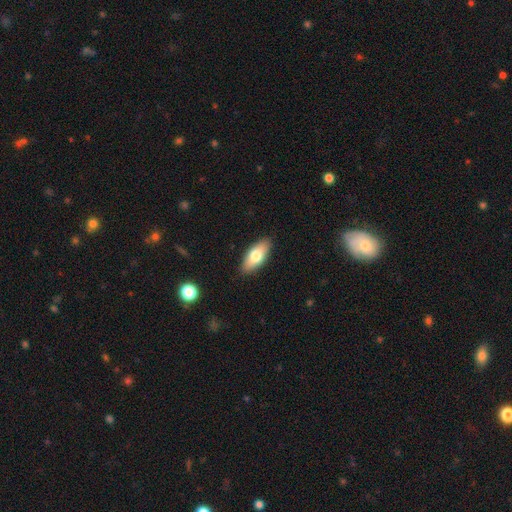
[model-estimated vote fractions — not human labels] This appears to be a smooth galaxy with no disk features (73%) that is in between round and cigar-shaped (82%). Merging: none (88%).